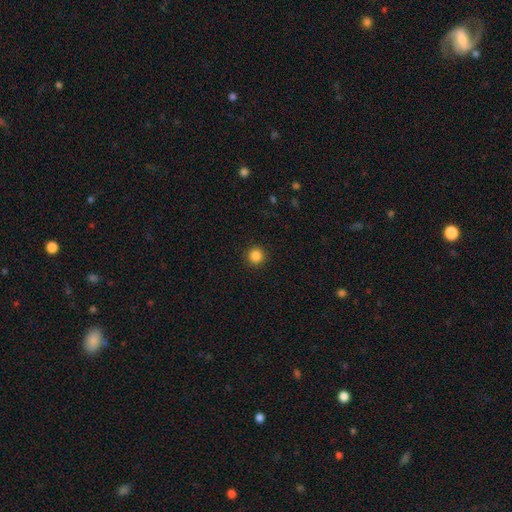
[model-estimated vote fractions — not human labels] smooth 86%, star or artifact 11%, featured or disk 3%. Down the decision tree: how rounded — round (95%); merging — none (93%).